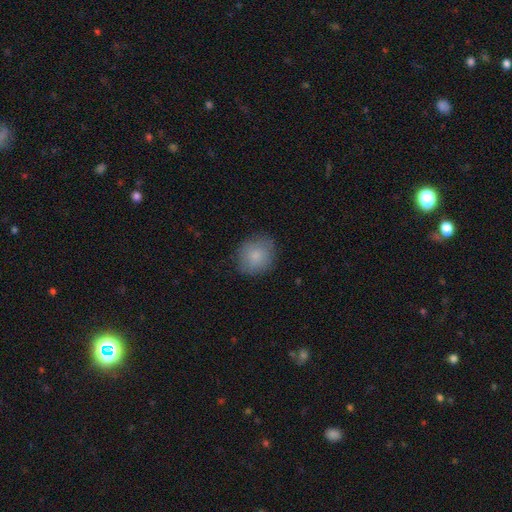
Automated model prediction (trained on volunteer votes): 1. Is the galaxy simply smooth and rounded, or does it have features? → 84% smooth, 9% featured or disk, 7% star or artifact.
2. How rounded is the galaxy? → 74% round, 25% in between, 1% cigar-shaped.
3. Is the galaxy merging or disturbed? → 80% none, 15% minor disturbance, 4% major disturbance, 1% merger.